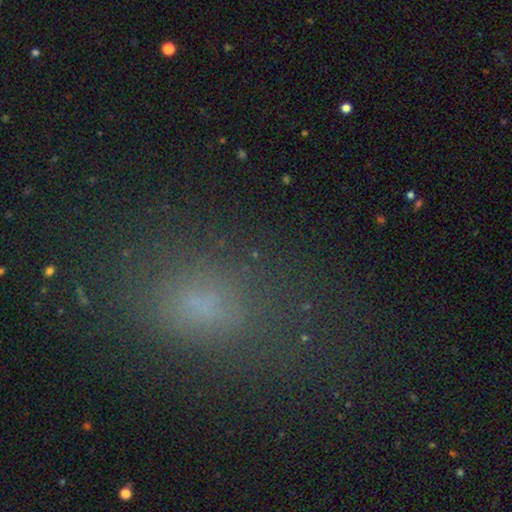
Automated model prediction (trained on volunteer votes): A smooth galaxy with no disk features (58%) that is in between round and cigar-shaped (75%). Merging: none (67%).